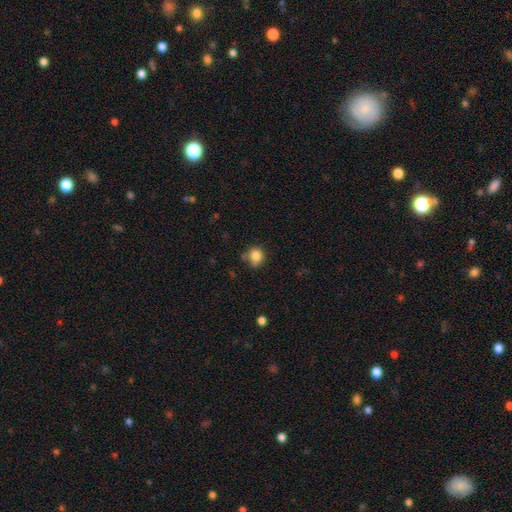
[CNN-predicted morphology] This is clearly a smooth galaxy (82%). How rounded: clearly round (82%). Merging: likely none (65%).